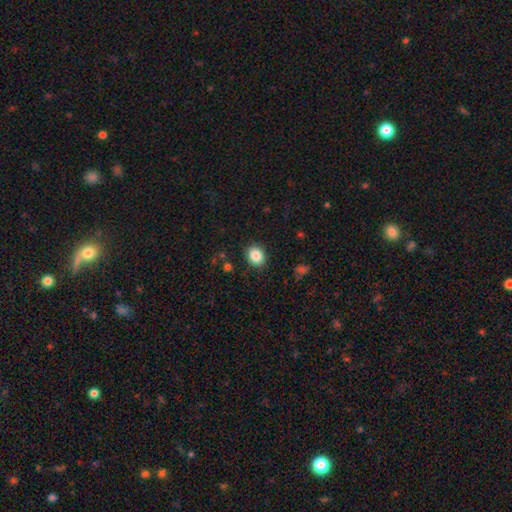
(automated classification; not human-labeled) Smooth or featured? Predicted: smooth (p=0.86). How rounded? Predicted: round (p=0.56). Merging? Predicted: none (p=0.89).